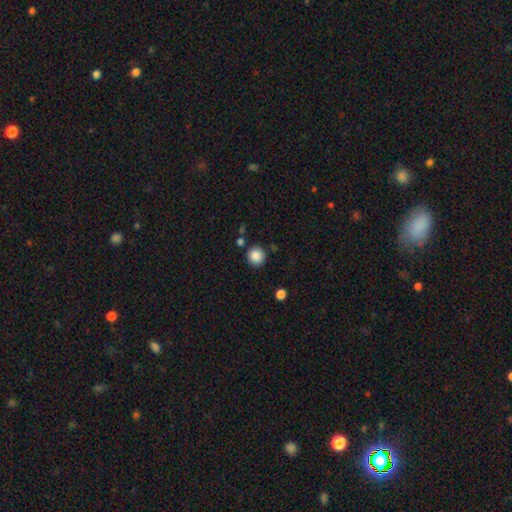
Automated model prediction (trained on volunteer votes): Smooth or featured? Predicted: smooth (p=0.88). How rounded? Predicted: round (p=0.94). Merging? Predicted: none (p=0.87).